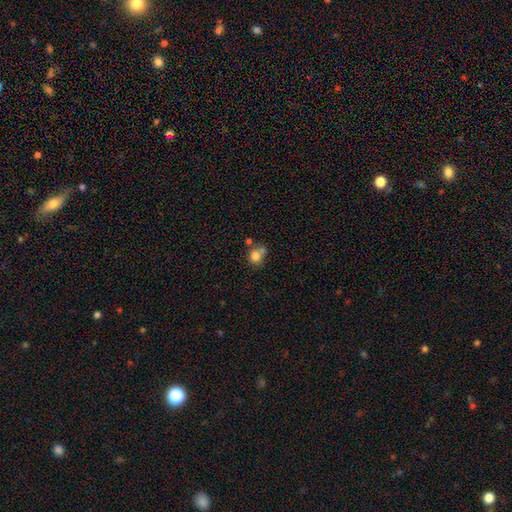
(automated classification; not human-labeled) Q: Smooth or featured?
A: smooth (78%); runner-up: star or artifact (11%)
Q: How rounded?
A: round (75%); runner-up: in between (24%)
Q: Merging?
A: none (43%); runner-up: merger (37%)